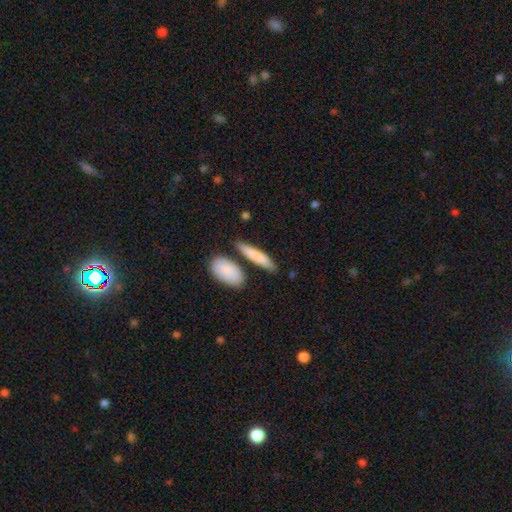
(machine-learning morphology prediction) type=smooth (79%); roundness=cigar-shaped (78%); merging=none (77%).